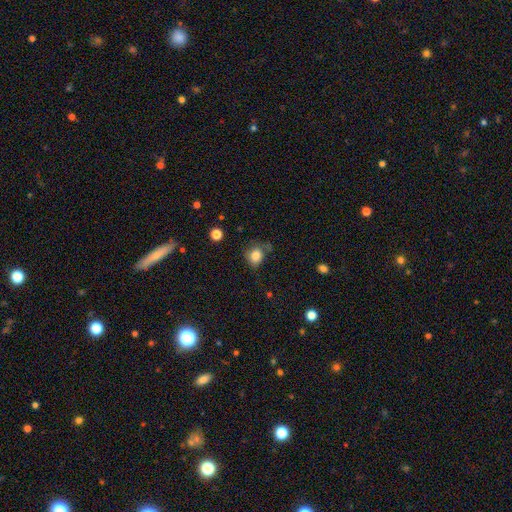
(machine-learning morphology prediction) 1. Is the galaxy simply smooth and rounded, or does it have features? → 81% smooth, 11% star or artifact, 8% featured or disk.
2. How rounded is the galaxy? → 68% round, 31% in between, 1% cigar-shaped.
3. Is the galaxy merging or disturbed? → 57% none, 28% minor disturbance, 11% major disturbance, 3% merger.